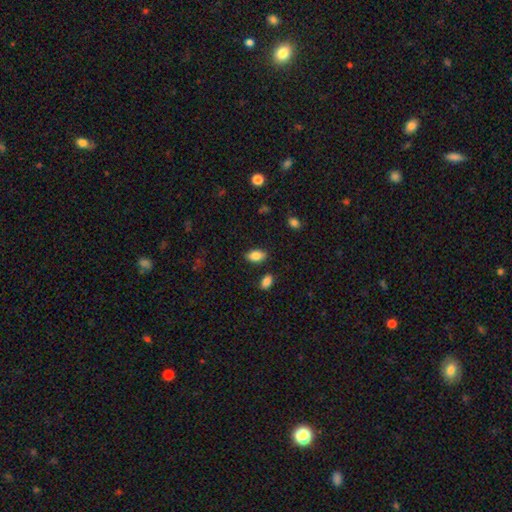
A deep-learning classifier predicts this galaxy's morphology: This appears to be a smooth galaxy with no disk features (85%) that is in between round and cigar-shaped (93%). Merging: none (85%).